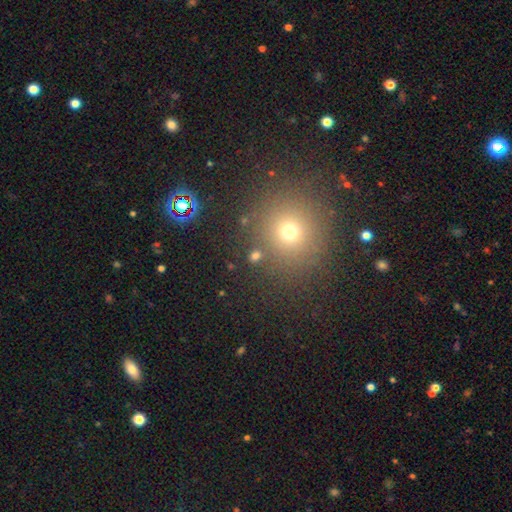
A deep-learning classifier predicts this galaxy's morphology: A smooth galaxy with no disk features (67%) that is round (82%).

Vote fractions:
- Smooth or featured? smooth: 67% / star or artifact: 25% / featured or disk: 8%
- How rounded? round: 82% / in between: 16% / cigar-shaped: 1%
- Merging? none: 82% / minor disturbance: 7% / merger: 7% / major disturbance: 4%